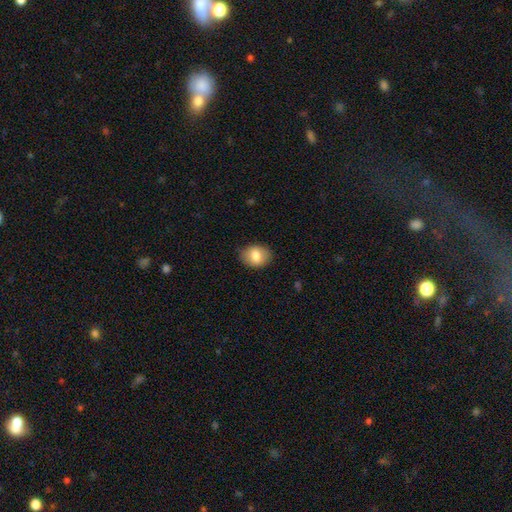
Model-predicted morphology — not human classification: type=smooth (80%); roundness=in between (61%); merging=none (83%).